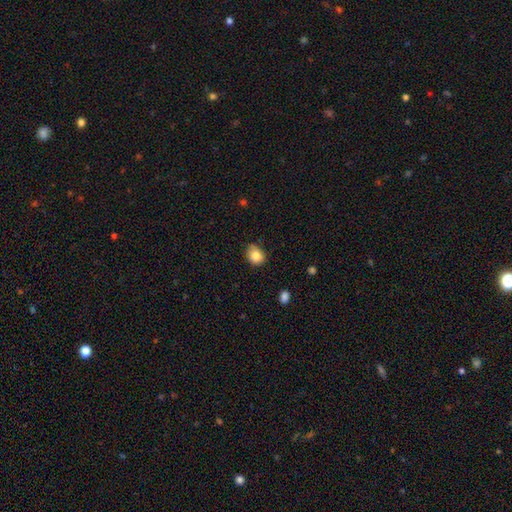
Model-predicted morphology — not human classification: Q: Smooth or featured?
A: smooth (85%); runner-up: star or artifact (10%)
Q: How rounded?
A: round (63%); runner-up: in between (36%)
Q: Merging?
A: none (71%); runner-up: minor disturbance (23%)